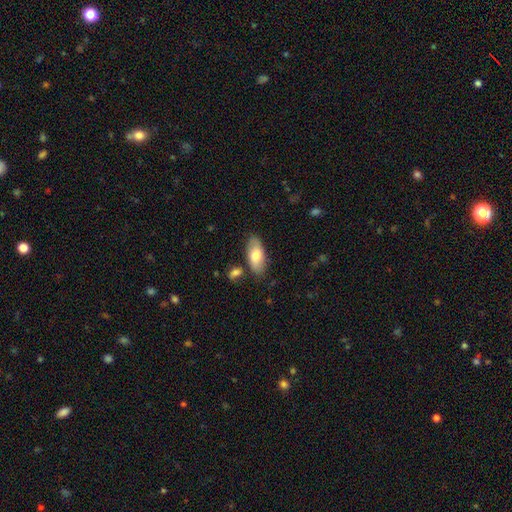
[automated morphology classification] type=smooth (77%); roundness=in between (89%); merging=none (77%).